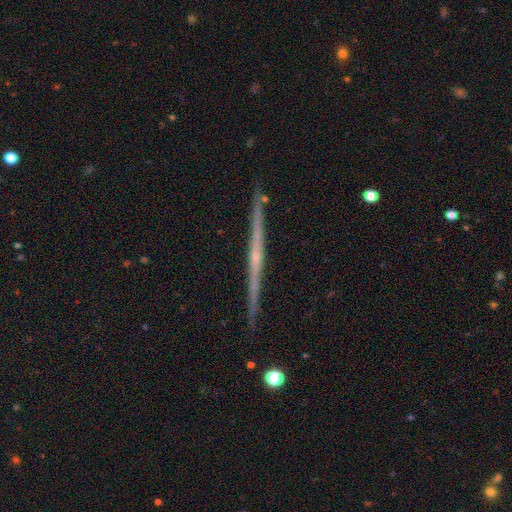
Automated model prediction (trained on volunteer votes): smooth-or-featured: featured or disk: 79% | smooth: 15% | star or artifact: 6%
  disk-edge-on: yes: 98% | no: 2%
    edge-on-bulge: none: 52% | rounded: 42% | boxy: 6%
  merging: none: 91% | minor disturbance: 6% | merger: 1% | major disturbance: 1%